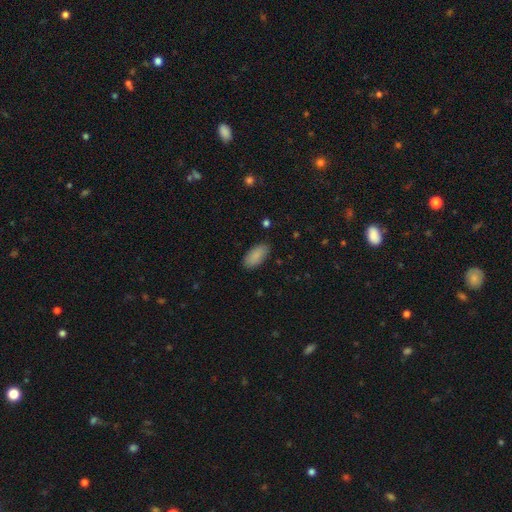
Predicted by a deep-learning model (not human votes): A smooth galaxy with no disk features (89%) that is in between round and cigar-shaped (91%).

Vote fractions:
- Smooth or featured? smooth: 89% / star or artifact: 6% / featured or disk: 5%
- How rounded? in between: 91% / cigar-shaped: 7% / round: 2%
- Merging? none: 87% / minor disturbance: 10% / major disturbance: 2% / merger: 1%